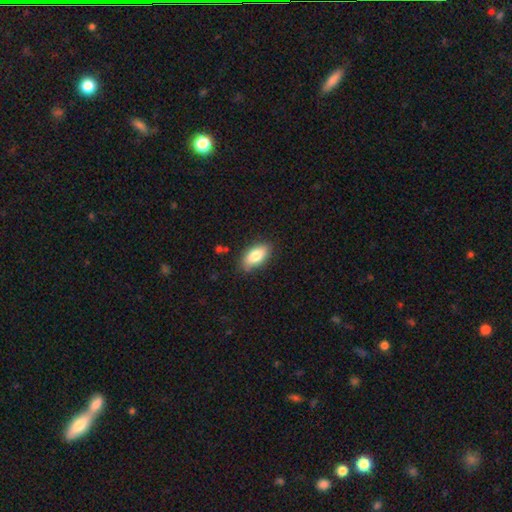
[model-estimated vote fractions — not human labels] Overall: smooth (79%). How rounded: in between (90%). Merging: none (81%).